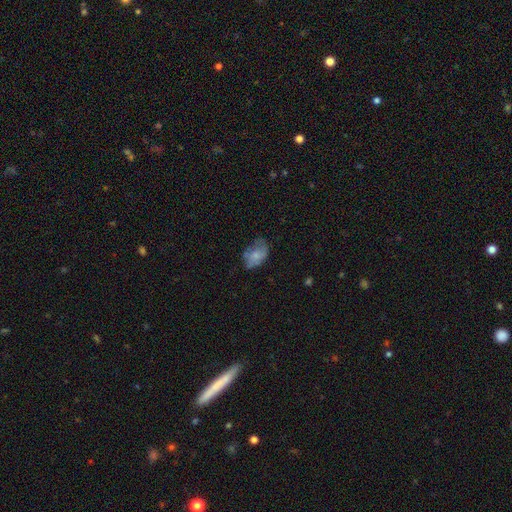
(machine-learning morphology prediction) The model was most divided on "merging": none: 45%, minor disturbance: 32%, major disturbance: 20%, merger: 2%. More confident: how rounded — in between (83%); smooth or featured — smooth (62%).